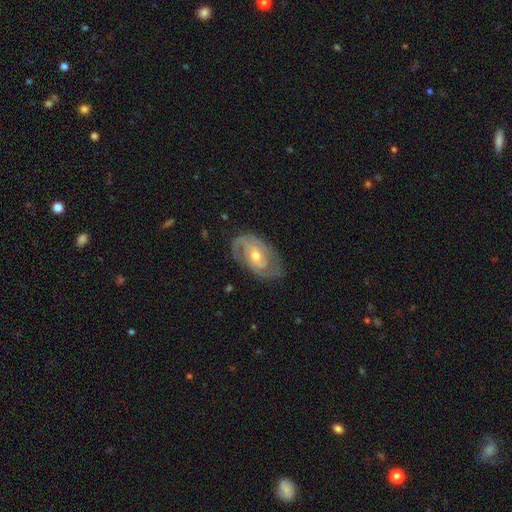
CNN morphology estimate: type=featured or disk (85%); edge-on=no (95%); bar=no (51%); spiral arms=yes (93%); winding=tight (53%); arm count=2 (71%); bulge=moderate (63%); merging=none (74%).